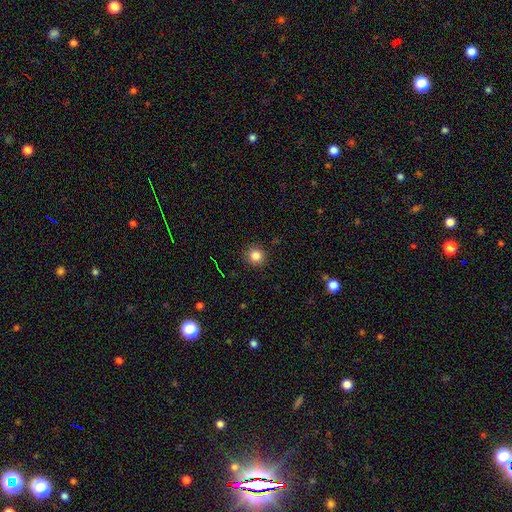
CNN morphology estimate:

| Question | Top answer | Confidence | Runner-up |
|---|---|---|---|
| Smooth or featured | smooth | 83% | star or artifact (12%) |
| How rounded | round | 92% | in between (7%) |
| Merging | none | 90% | minor disturbance (7%) |